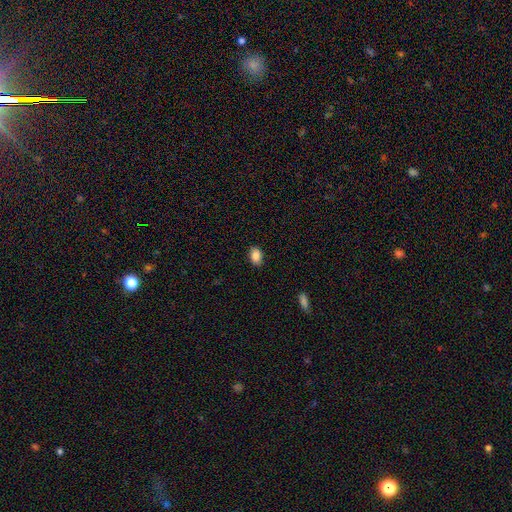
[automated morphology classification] Overall: smooth (87%). How rounded: in between (81%). Merging: none (86%).